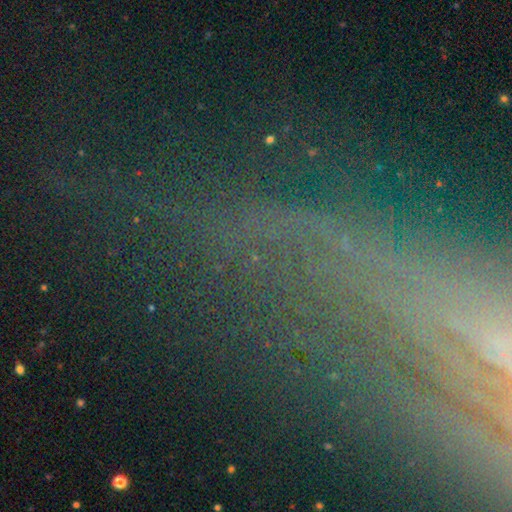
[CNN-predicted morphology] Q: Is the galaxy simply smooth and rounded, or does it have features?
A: star or artifact — 74%.